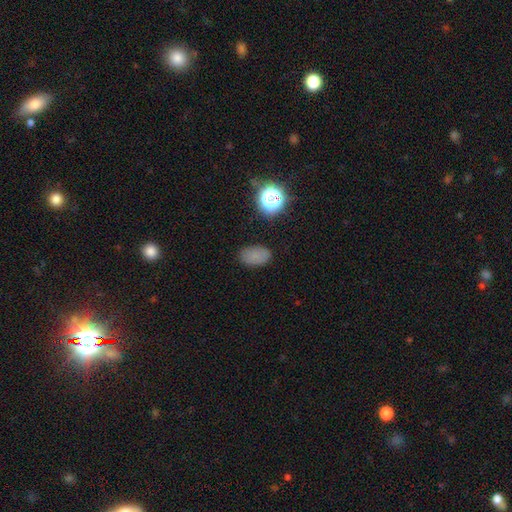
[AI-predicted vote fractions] This appears to be a smooth galaxy with no disk features (76%) that is in between round and cigar-shaped (88%). Merging: none (81%).